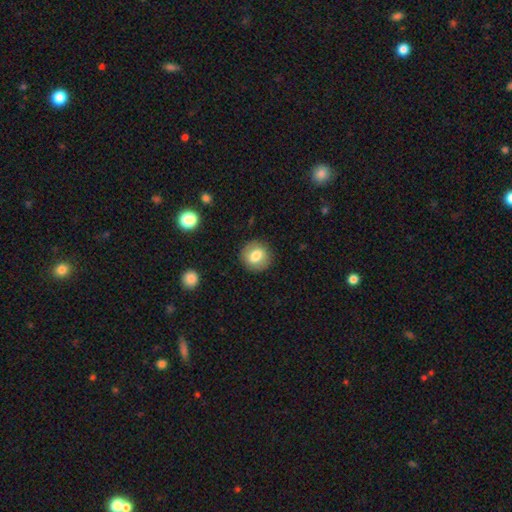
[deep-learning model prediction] This is likely a smooth galaxy (74%). How rounded: likely round (77%). Merging: clearly none (87%).